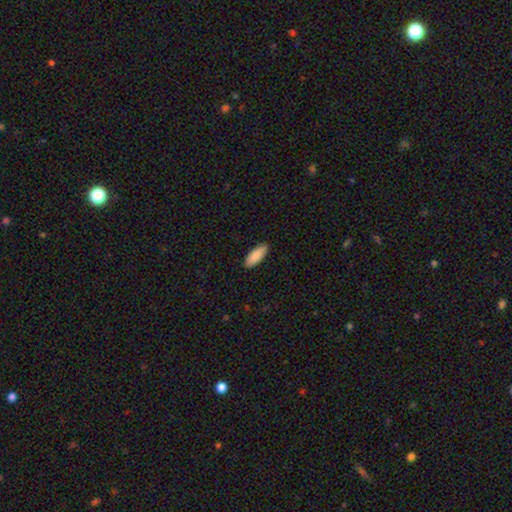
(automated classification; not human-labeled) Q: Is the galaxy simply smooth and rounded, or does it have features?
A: smooth — 89%.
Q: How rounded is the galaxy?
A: in between — 76%.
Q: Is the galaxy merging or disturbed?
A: none — 89%.